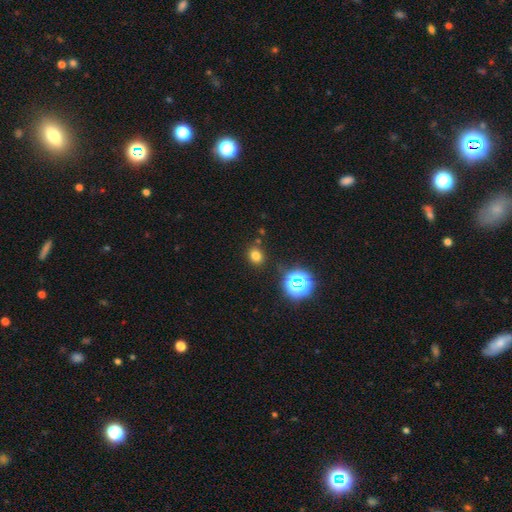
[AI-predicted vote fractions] A smooth galaxy with no disk features (73%) that is round (70%).

Vote fractions:
- Smooth or featured? smooth: 73% / star or artifact: 21% / featured or disk: 6%
- How rounded? round: 70% / in between: 29% / cigar-shaped: 1%
- Merging? none: 83% / minor disturbance: 9% / merger: 4% / major disturbance: 3%